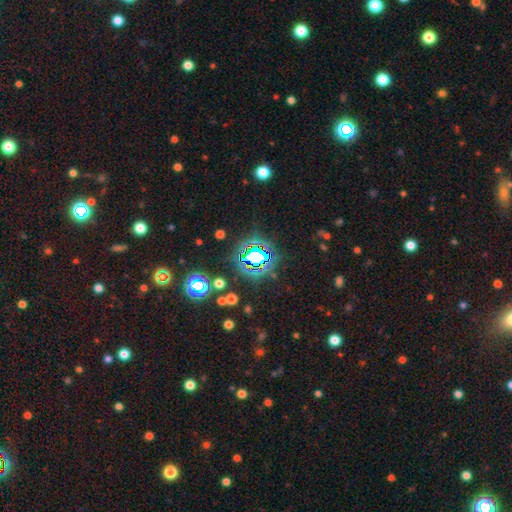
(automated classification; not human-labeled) A star or artifact, not a galaxy (80%).

Vote fractions:
- Smooth or featured? star or artifact: 80% / smooth: 13% / featured or disk: 7%